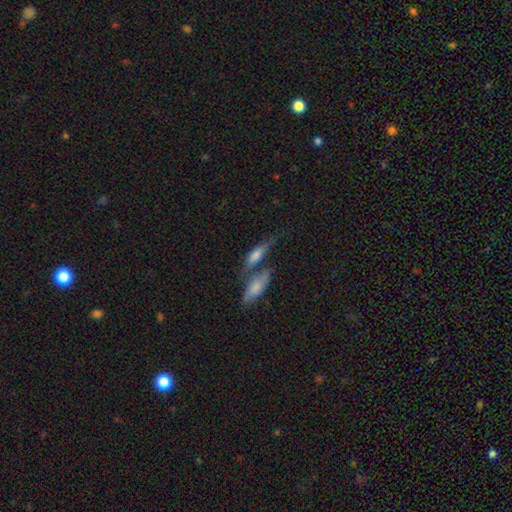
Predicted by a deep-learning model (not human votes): This is possibly a smooth galaxy (50%). Merging: marginally merger (43%).